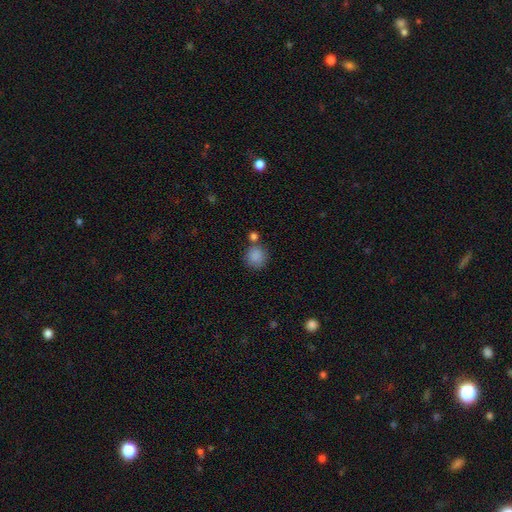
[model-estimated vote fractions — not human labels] This appears to be a smooth galaxy with no disk features (86%) that is round (89%). Merging: none (73%).